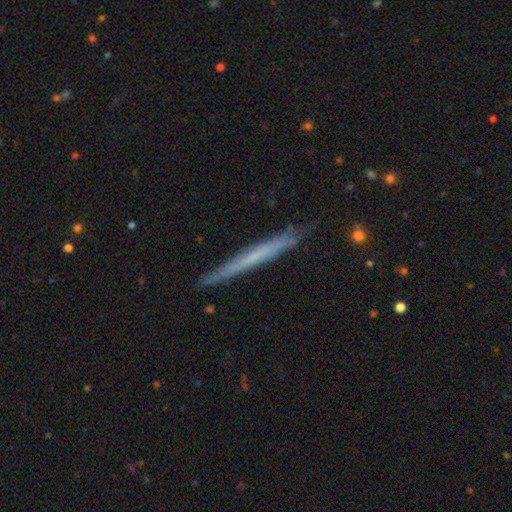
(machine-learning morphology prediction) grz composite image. It shows a smooth galaxy with no disk features (49%). Merging: none (88%).